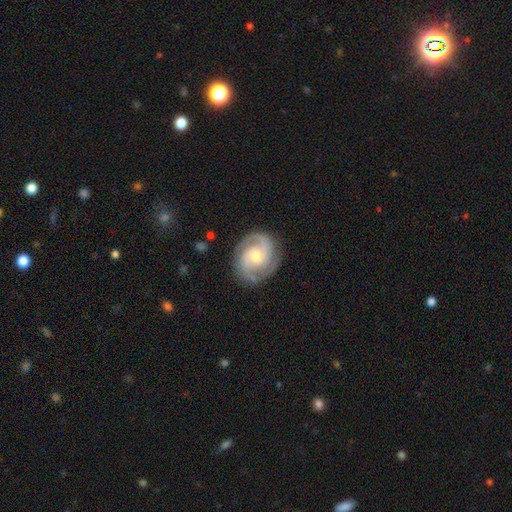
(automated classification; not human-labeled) Q: Smooth or featured?
A: featured or disk (86%); runner-up: smooth (9%)
Q: Edge-on disk?
A: no (98%); runner-up: yes (2%)
Q: Bar?
A: no (53%); runner-up: weak (40%)
Q: Spiral arms?
A: yes (97%); runner-up: no (3%)
Q: Spiral winding?
A: medium (47%); runner-up: tight (42%)
Q: Spiral arm count?
A: 2 (73%); runner-up: 3 (13%)
Q: Bulge size?
A: moderate (50%); runner-up: small (44%)
Q: Merging?
A: none (80%); runner-up: minor disturbance (14%)